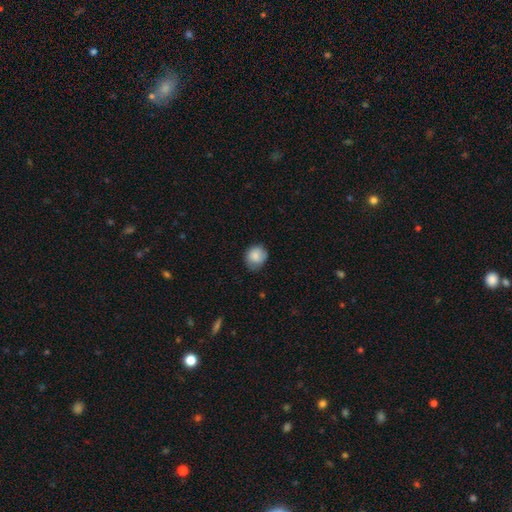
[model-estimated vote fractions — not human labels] Smooth or featured? Predicted: smooth (p=0.86). How rounded? Predicted: round (p=0.78). Merging? Predicted: none (p=0.71).